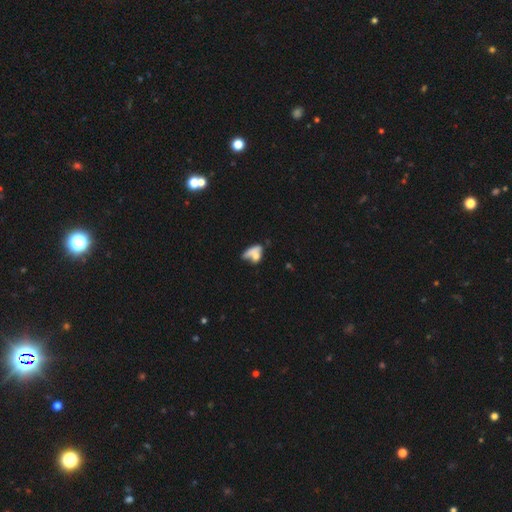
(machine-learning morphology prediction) Smooth or featured? Predicted: smooth (p=0.60). How rounded? Predicted: in between (p=0.71). Merging? Predicted: merger (p=0.39).